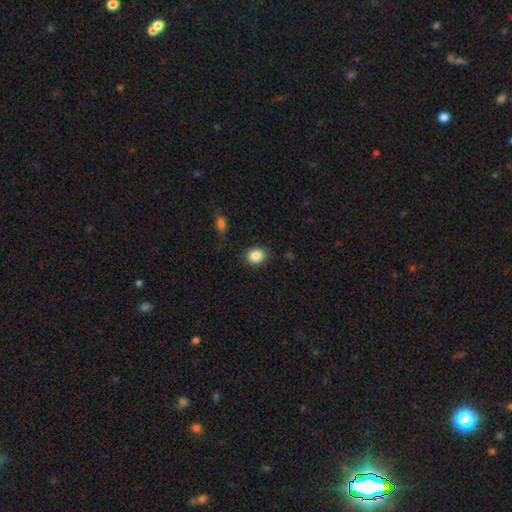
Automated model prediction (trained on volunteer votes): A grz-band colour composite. It shows a smooth galaxy with no disk features (87%) that is round (70%). Merging: none (88%).